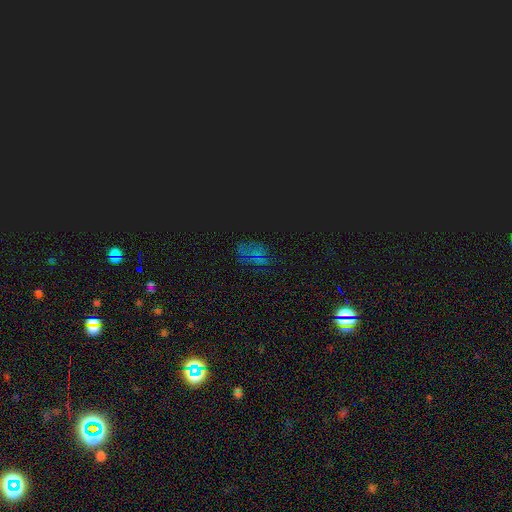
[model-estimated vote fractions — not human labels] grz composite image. It shows a star or artifact, not a galaxy (64%).